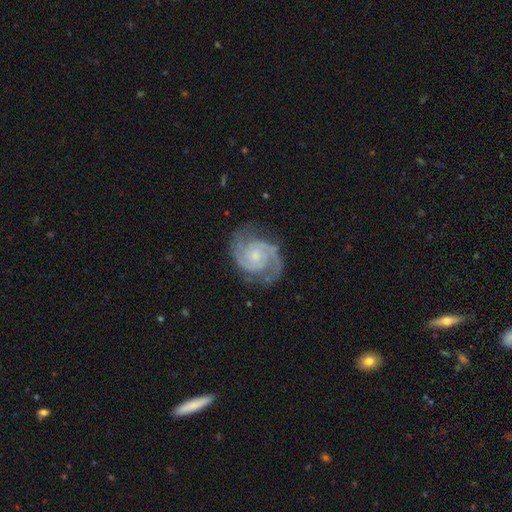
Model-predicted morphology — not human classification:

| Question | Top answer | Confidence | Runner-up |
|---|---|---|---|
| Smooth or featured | featured or disk | 92% | star or artifact (4%) |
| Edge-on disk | no | 98% | yes (2%) |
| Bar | no | 62% | weak (32%) |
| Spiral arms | yes | 99% | no (1%) |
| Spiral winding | tight | 54% | medium (41%) |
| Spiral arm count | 2 | 87% | 3 (6%) |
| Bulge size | small | 54% | moderate (35%) |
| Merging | none | 77% | minor disturbance (16%) |